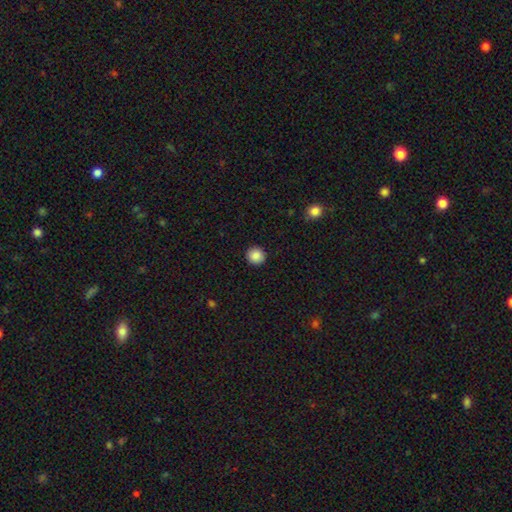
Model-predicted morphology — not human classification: This appears to be a smooth galaxy with no disk features (88%) that is round (93%). Merging: none (93%).